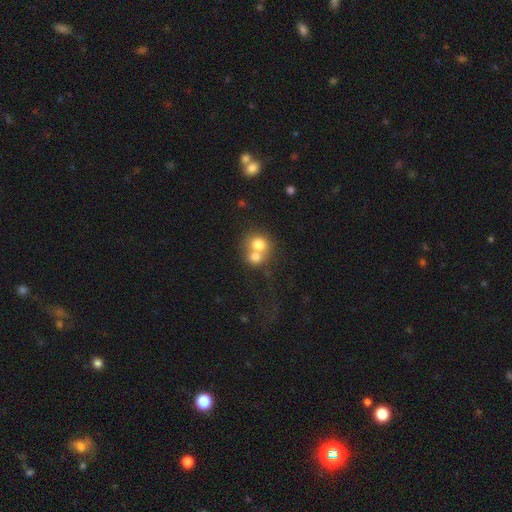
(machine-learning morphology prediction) This appears to be a smooth galaxy with no disk features (62%) that is round (79%). Merging: merger (61%).